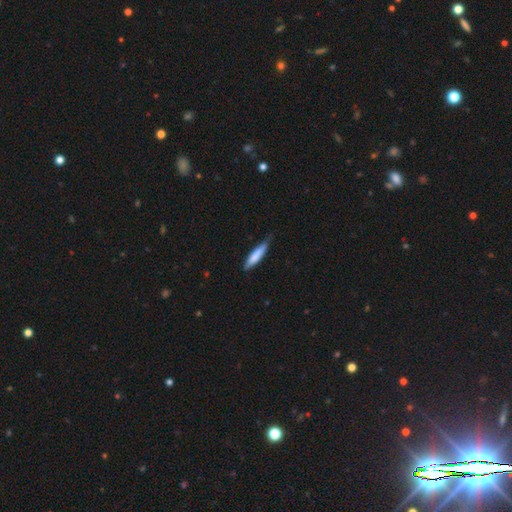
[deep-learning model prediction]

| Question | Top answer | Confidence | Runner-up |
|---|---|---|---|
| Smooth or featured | smooth | 77% | featured or disk (18%) |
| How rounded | cigar-shaped | 81% | in between (18%) |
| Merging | none | 67% | minor disturbance (28%) |